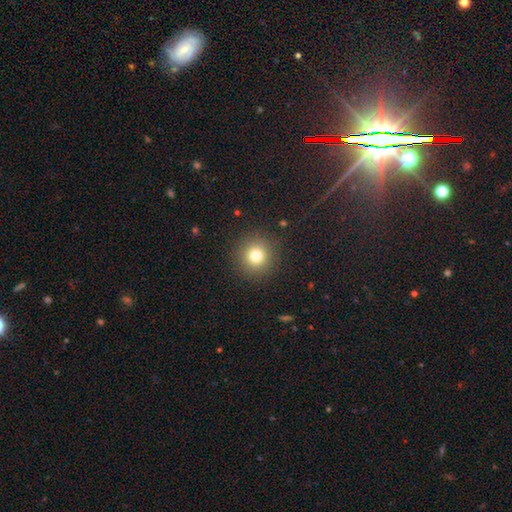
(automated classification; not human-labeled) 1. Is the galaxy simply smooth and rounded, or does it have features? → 78% smooth, 14% star or artifact, 8% featured or disk.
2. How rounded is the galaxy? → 94% round, 5% in between, 1% cigar-shaped.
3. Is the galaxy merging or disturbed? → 91% none, 6% minor disturbance, 3% major disturbance, 1% merger.